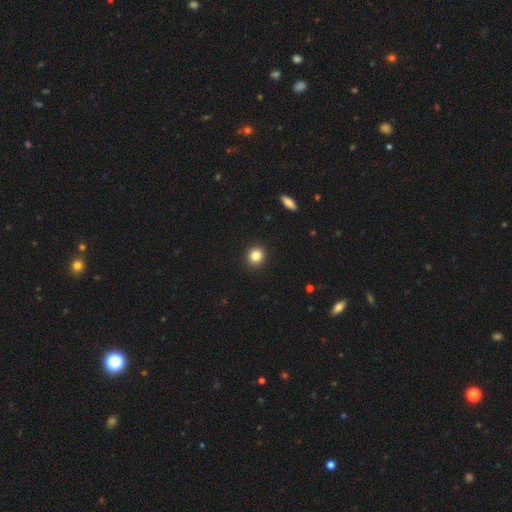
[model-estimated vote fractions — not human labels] Smooth or featured? smooth (83%)
How rounded? round (88%)
Merging? none (92%)